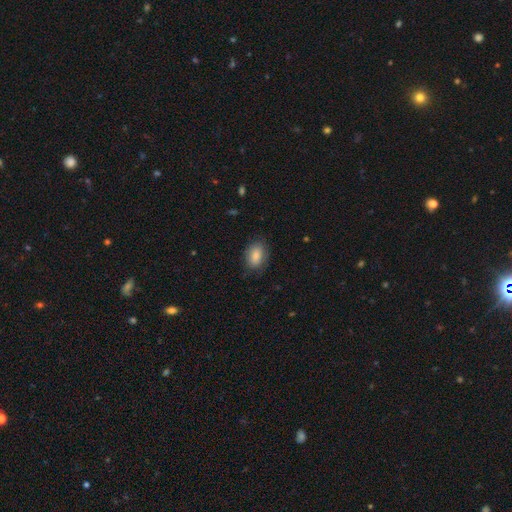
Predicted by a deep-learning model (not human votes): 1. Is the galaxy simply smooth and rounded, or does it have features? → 87% smooth, 7% star or artifact, 7% featured or disk.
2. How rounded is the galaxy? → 86% in between, 13% round, 2% cigar-shaped.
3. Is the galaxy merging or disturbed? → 81% none, 15% minor disturbance, 4% major disturbance, 1% merger.